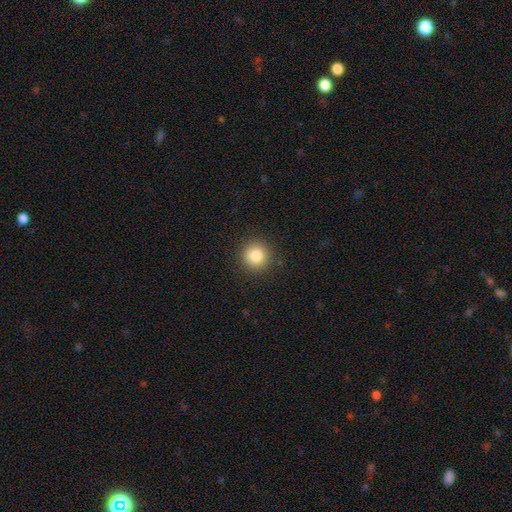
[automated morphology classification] This appears to be a smooth galaxy with no disk features (84%) that is round (93%). Merging: none (90%).